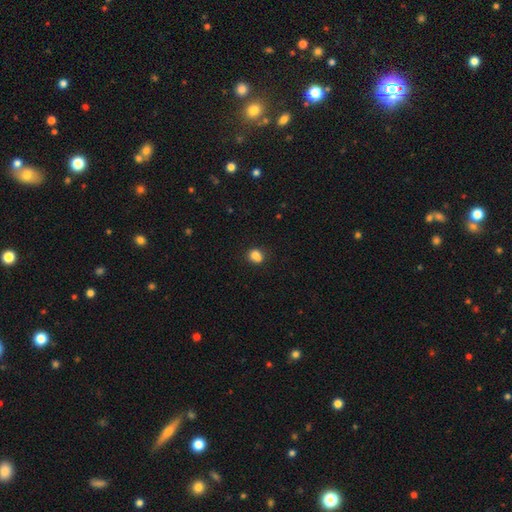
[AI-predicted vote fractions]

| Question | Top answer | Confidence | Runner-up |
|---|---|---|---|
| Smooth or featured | smooth | 83% | star or artifact (11%) |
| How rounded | round | 60% | in between (39%) |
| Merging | none | 72% | minor disturbance (17%) |